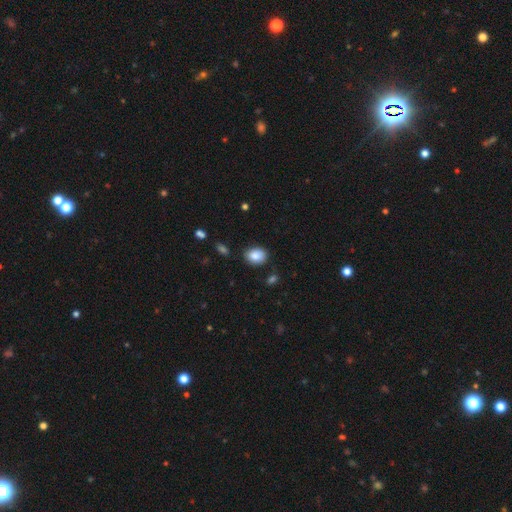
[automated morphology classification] The model was most divided on "how rounded": in between: 67%, round: 32%, cigar-shaped: 1%. More confident: smooth or featured — smooth (86%); merging — none (82%).